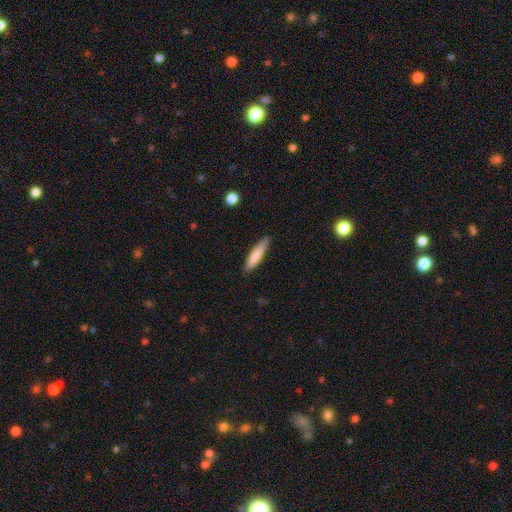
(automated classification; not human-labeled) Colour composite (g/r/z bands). It shows a smooth galaxy with no disk features (79%) that is cigar-shaped (85%). Merging: none (83%).